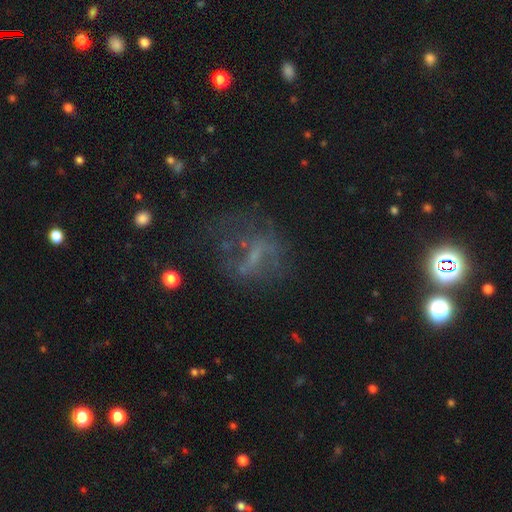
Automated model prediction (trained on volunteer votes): This is marginally a featured or disk galaxy (44%). Merging: possibly none (45%).